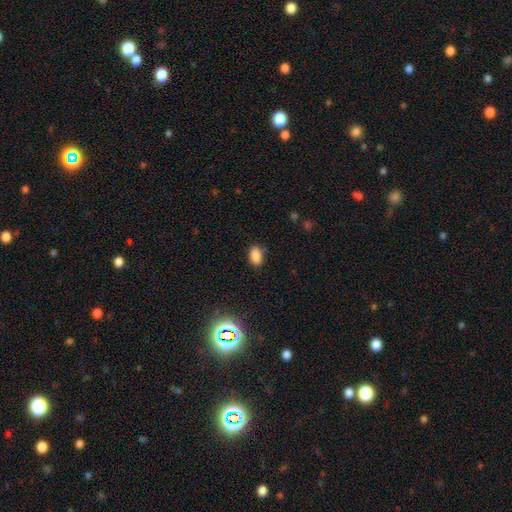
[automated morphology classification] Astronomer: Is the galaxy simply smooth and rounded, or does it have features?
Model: smooth — 85%.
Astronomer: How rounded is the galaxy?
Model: in between — 92%.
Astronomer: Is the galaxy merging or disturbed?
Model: none — 83%.